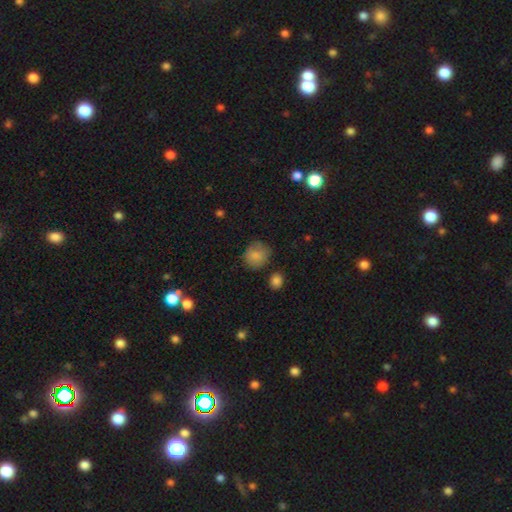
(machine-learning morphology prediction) A smooth galaxy with no disk features (82%) that is round (78%).

Vote fractions:
- Smooth or featured? smooth: 82% / star or artifact: 10% / featured or disk: 8%
- How rounded? round: 78% / in between: 21% / cigar-shaped: 1%
- Merging? none: 68% / minor disturbance: 21% / major disturbance: 7% / merger: 4%